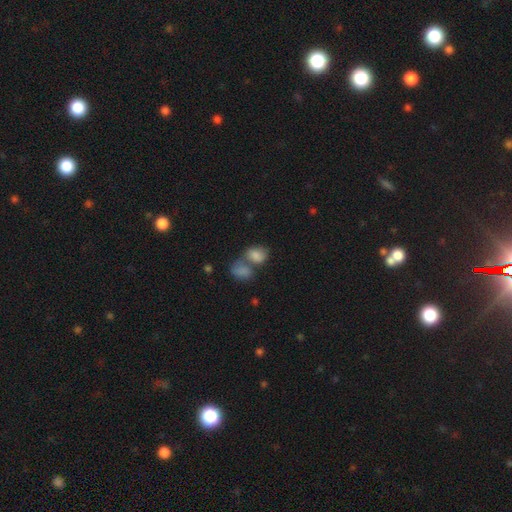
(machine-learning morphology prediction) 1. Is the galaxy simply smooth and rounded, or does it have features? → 79% smooth, 12% featured or disk, 9% star or artifact.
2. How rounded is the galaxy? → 69% in between, 29% round, 1% cigar-shaped.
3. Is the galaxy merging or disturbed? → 61% merger, 24% none, 9% minor disturbance, 6% major disturbance.